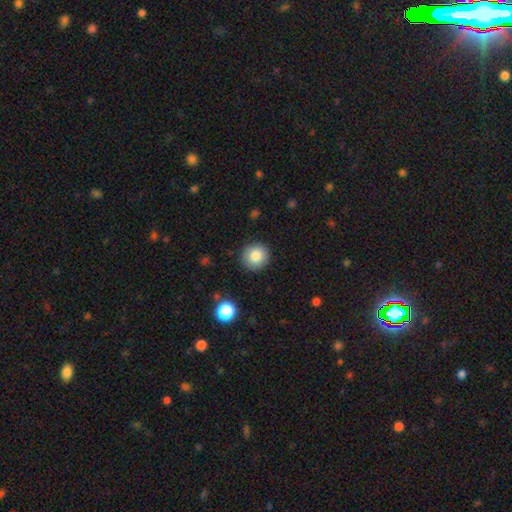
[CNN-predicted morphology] Smooth or featured? Predicted: smooth (p=0.84). How rounded? Predicted: round (p=0.91). Merging? Predicted: none (p=0.90).